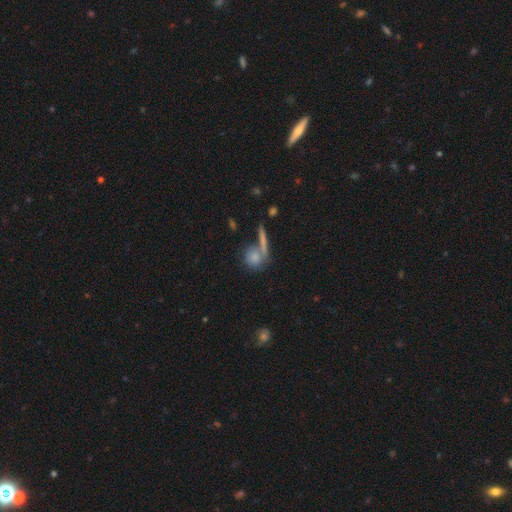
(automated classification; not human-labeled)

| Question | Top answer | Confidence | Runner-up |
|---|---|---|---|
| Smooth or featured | smooth | 72% | featured or disk (18%) |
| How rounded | round | 75% | in between (16%) |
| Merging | none | 53% | merger (29%) |